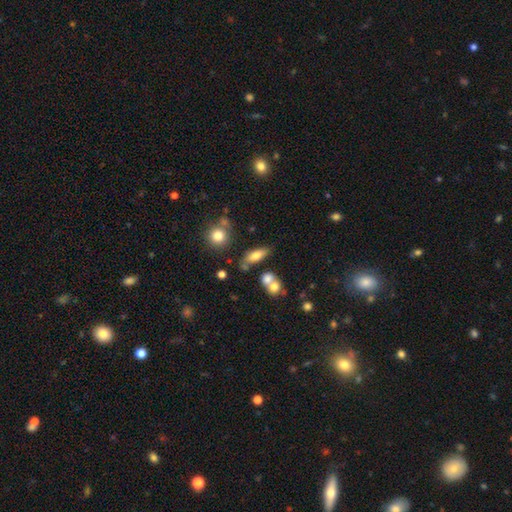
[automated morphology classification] Smooth or featured?
  - smooth: 71% *
  - featured or disk: 20%
  - star or artifact: 9%
How rounded?
  - in between: 70% *
  - cigar-shaped: 24%
  - round: 6%
Merging?
  - none: 59% *
  - merger: 19%
  - minor disturbance: 16%
  - major disturbance: 5%